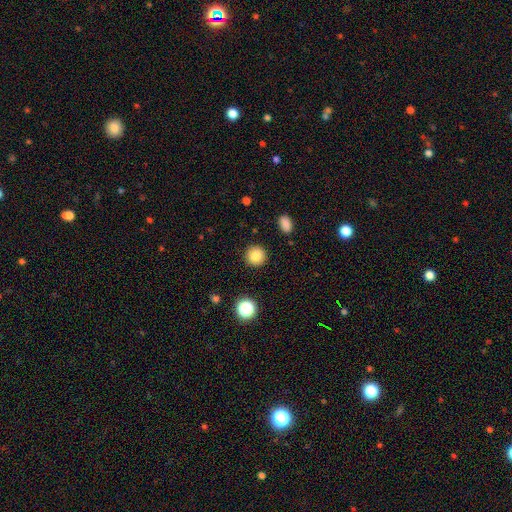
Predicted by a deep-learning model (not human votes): Smooth or featured? Predicted: smooth (p=0.84). How rounded? Predicted: round (p=0.94). Merging? Predicted: none (p=0.91).